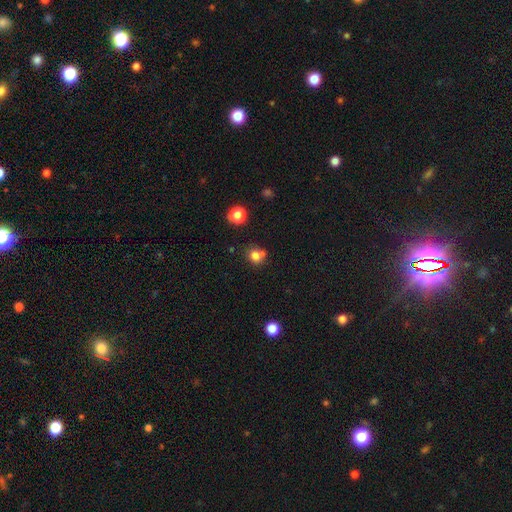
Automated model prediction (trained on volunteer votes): Smooth or featured?
  - smooth: 78% *
  - star or artifact: 14%
  - featured or disk: 8%
How rounded?
  - round: 77% *
  - in between: 22%
  - cigar-shaped: 1%
Merging?
  - none: 57% *
  - merger: 25%
  - minor disturbance: 13%
  - major disturbance: 5%